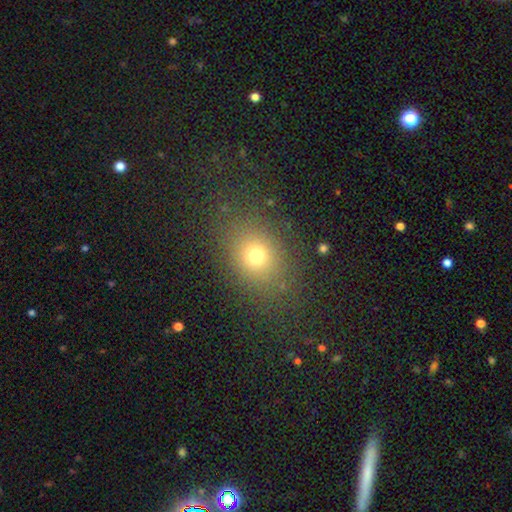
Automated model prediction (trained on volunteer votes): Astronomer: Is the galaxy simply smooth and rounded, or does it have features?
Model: smooth — 71%.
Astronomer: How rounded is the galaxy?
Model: round — 55% (runner-up: in between, 44%).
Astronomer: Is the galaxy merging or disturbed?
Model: none — 81%.